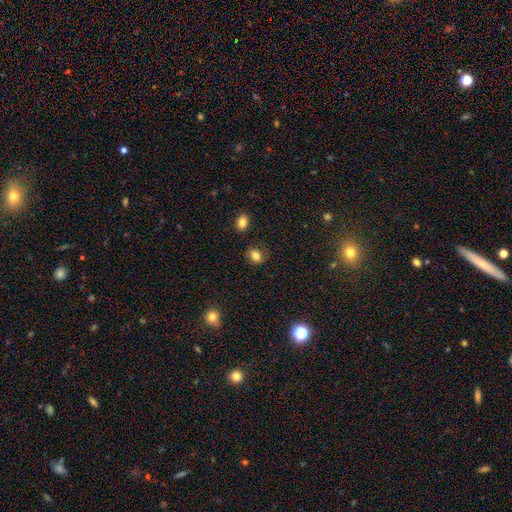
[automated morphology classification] type=smooth (81%); roundness=in between (57%); merging=none (77%).